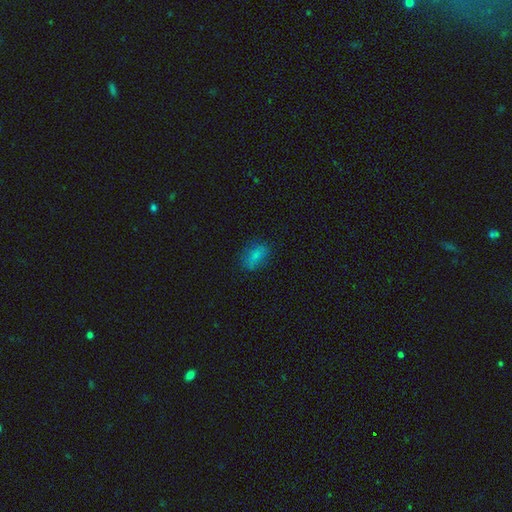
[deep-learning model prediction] The model was most divided on "merging": none: 74%, minor disturbance: 19%, major disturbance: 6%, merger: 2%. More confident: how rounded — in between (84%); smooth or featured — smooth (77%).